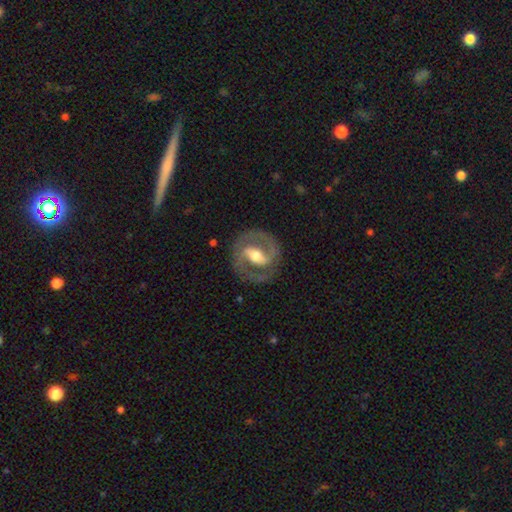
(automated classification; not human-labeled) Smooth or featured?
  - featured or disk: 85% *
  - smooth: 11%
  - star or artifact: 4%
Edge-on disk?
  - no: 96% *
  - yes: 4%
Bar?
  - strong: 52% *
  - weak: 35%
  - no: 13%
Spiral arms?
  - yes: 85% *
  - no: 15%
Spiral winding?
  - medium: 52% *
  - tight: 34%
  - loose: 15%
Spiral arm count?
  - 2: 89% *
  - can't tell: 5%
  - 1: 3%
  - 3: 1%
  - 4: 1%
  - more than 4: 1%
Bulge size?
  - moderate: 69% *
  - small: 17%
  - large: 12%
  - dominant: 1%
  - none: 1%
Merging?
  - none: 82% *
  - minor disturbance: 11%
  - major disturbance: 6%
  - merger: 1%